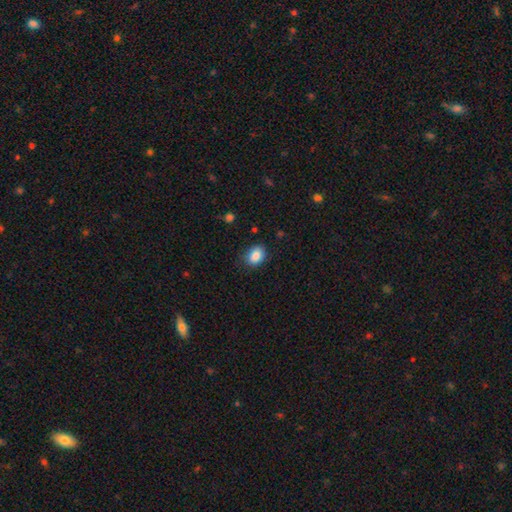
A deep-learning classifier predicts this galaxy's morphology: Q: Smooth or featured?
A: smooth (87%); runner-up: star or artifact (9%)
Q: How rounded?
A: in between (69%); runner-up: round (30%)
Q: Merging?
A: none (79%); runner-up: minor disturbance (16%)